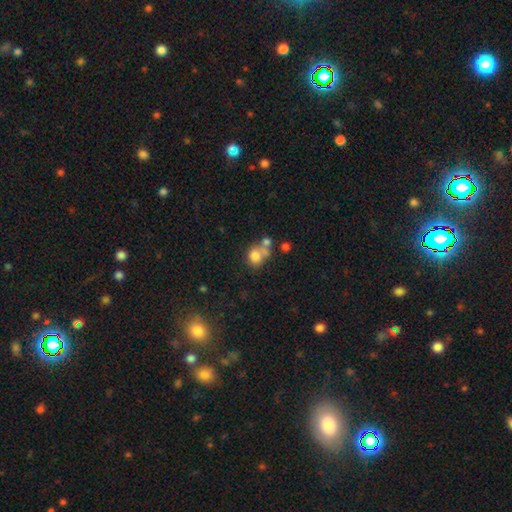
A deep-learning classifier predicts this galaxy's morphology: smooth 75%, featured or disk 14%, star or artifact 12%. Down the decision tree: how rounded — round (69%); merging — merger (43%).